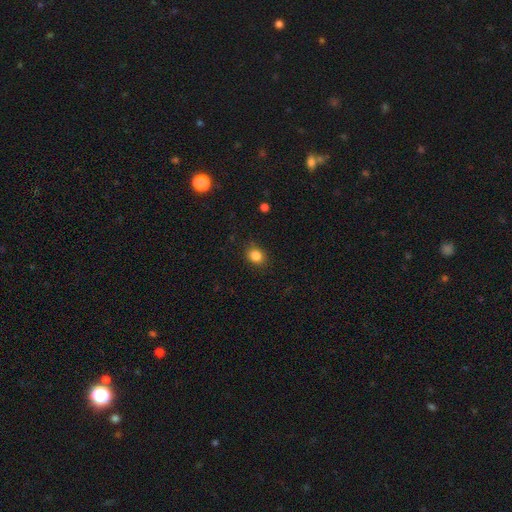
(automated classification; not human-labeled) Overall: smooth (85%). How rounded: round (60%; in between 39%). Merging: none (84%).